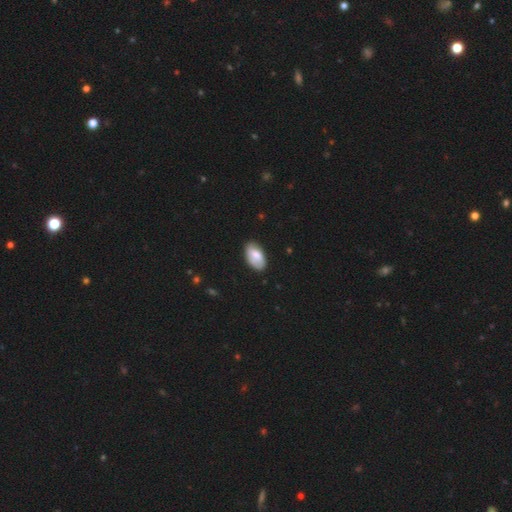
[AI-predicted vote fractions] Morphology: type=smooth (71%); roundness=in between (95%); merging=none (78%).